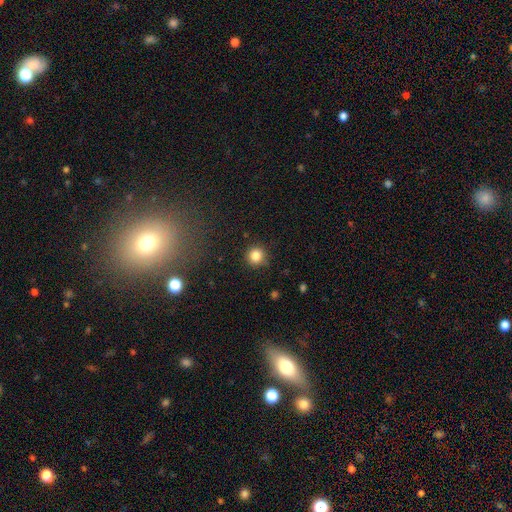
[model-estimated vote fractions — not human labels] smooth 84%, star or artifact 11%, featured or disk 5%. Down the decision tree: how rounded — round (94%); merging — none (87%).